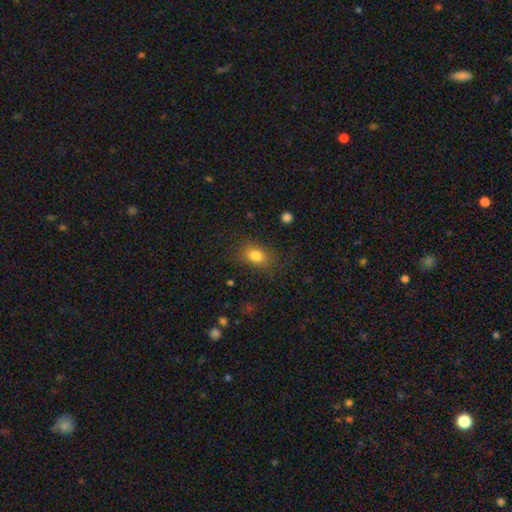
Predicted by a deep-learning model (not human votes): smooth 82%, star or artifact 10%, featured or disk 8%. Down the decision tree: how rounded — in between (72%); merging — none (78%).